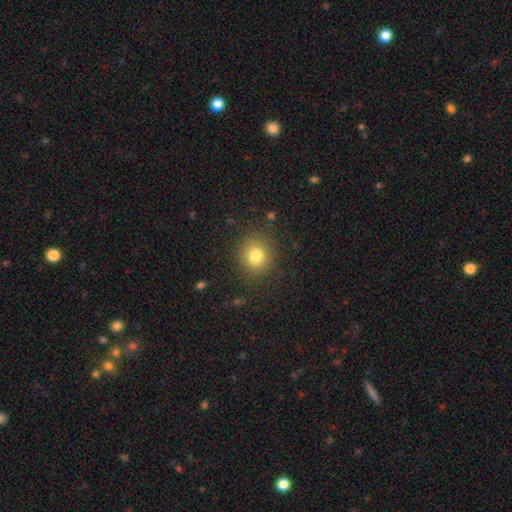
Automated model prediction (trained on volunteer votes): smooth 81%, star or artifact 11%, featured or disk 8%. Down the decision tree: how rounded — round (74%); merging — none (84%).